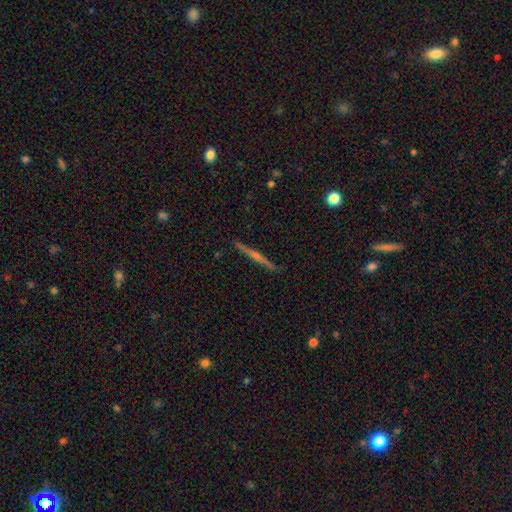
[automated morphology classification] Smooth or featured? Predicted: featured or disk (p=0.74). Edge-on disk? Predicted: yes (p=0.98). Edge-on bulge? Predicted: rounded (p=0.65). Merging? Predicted: none (p=0.92).